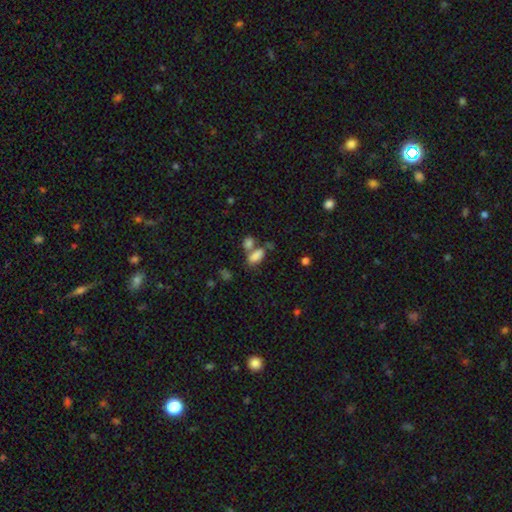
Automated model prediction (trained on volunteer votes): This appears to be a smooth galaxy with no disk features (82%) that is in between round and cigar-shaped (84%). Merging: none (43%).